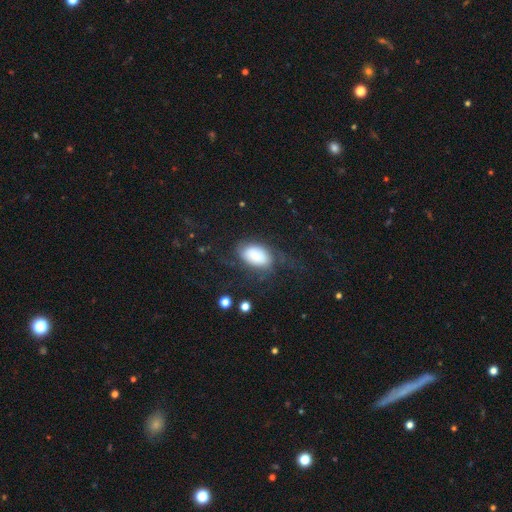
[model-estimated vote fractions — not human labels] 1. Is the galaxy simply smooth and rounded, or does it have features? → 59% smooth, 32% featured or disk, 10% star or artifact.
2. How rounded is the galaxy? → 92% in between, 6% round, 2% cigar-shaped.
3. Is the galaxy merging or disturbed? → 48% none, 28% major disturbance, 22% minor disturbance, 2% merger.